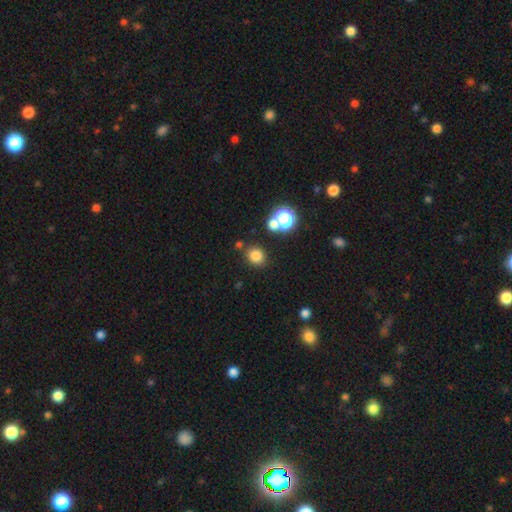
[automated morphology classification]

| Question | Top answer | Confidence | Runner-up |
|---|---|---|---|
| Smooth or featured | smooth | 78% | star or artifact (16%) |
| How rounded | round | 80% | in between (19%) |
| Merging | none | 81% | minor disturbance (8%) |